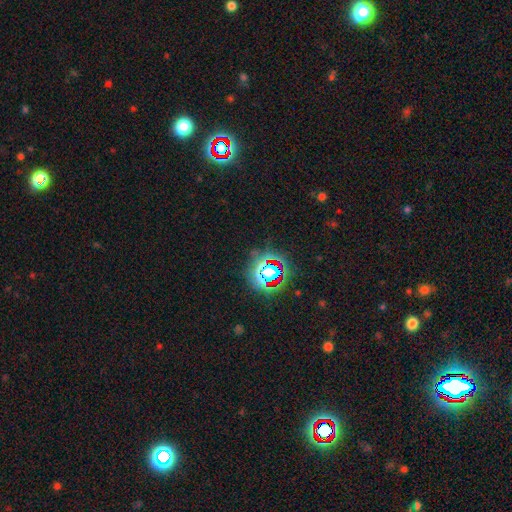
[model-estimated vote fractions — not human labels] Smooth or featured: star or artifact — 77% (smooth — 15%)